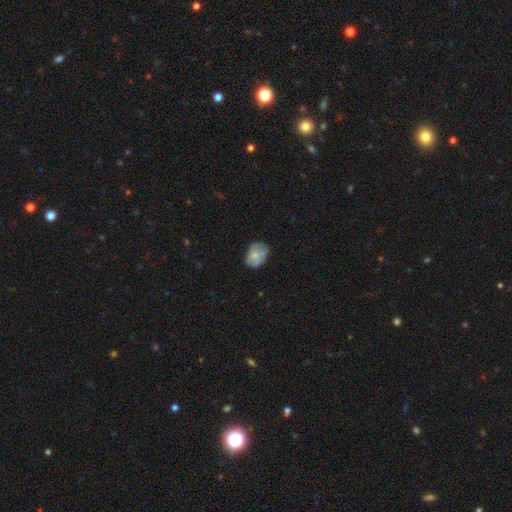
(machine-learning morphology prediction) Smooth or featured: smooth — 54% (featured or disk — 38%)
How rounded: in between — 67% (round — 32%)
Merging: none — 59% (minor disturbance — 28%)